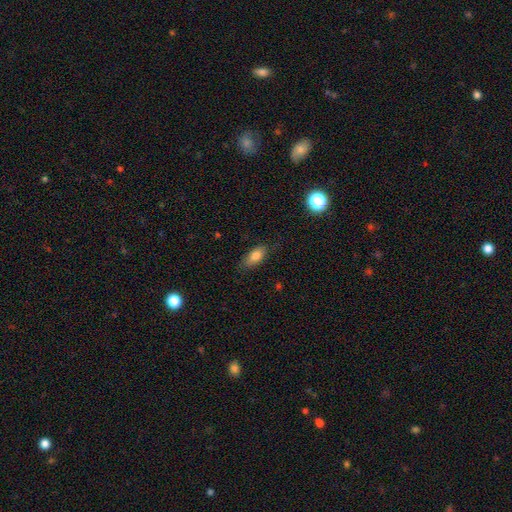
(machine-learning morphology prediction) Smooth or featured: smooth — 80% (featured or disk — 12%)
How rounded: in between — 84% (cigar-shaped — 12%)
Merging: none — 79% (minor disturbance — 16%)